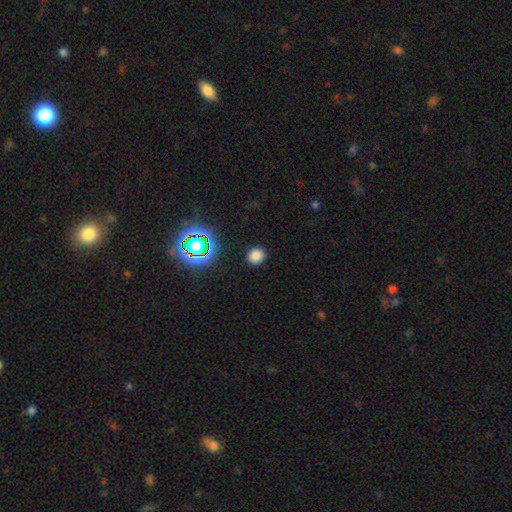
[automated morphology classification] This is likely a smooth galaxy (78%). How rounded: likely round (72%). Merging: clearly none (89%).